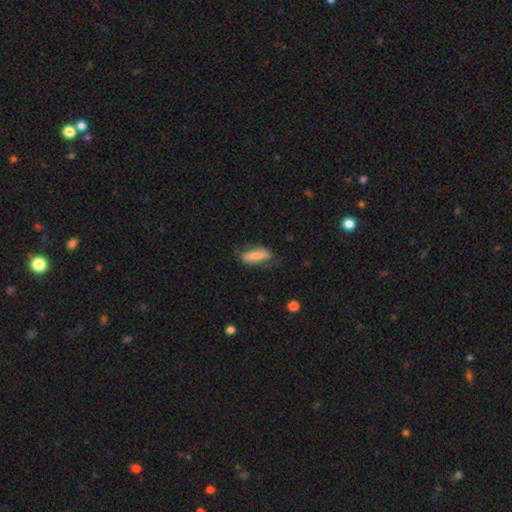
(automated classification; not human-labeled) The model was most divided on "how rounded": in between: 64%, cigar-shaped: 33%, round: 3%. More confident: smooth or featured — smooth (65%); merging — none (63%).